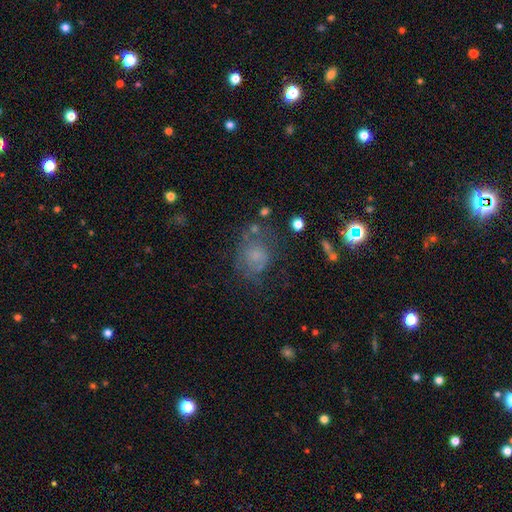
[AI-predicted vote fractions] Smooth or featured? smooth (54%)
How rounded? round (62%)
Merging? none (49%)